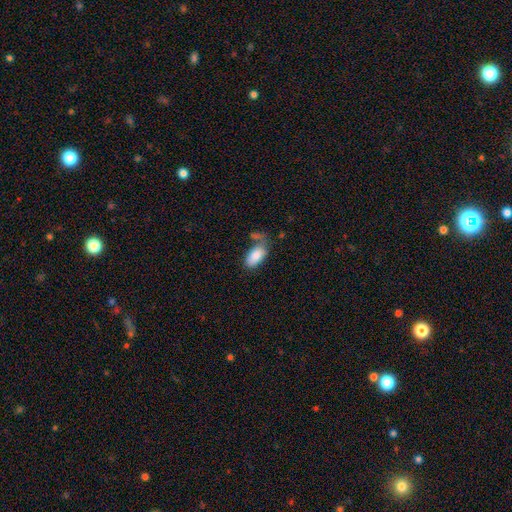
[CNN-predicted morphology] Q: Smooth or featured?
A: smooth (84%); runner-up: featured or disk (9%)
Q: How rounded?
A: in between (94%); runner-up: cigar-shaped (3%)
Q: Merging?
A: none (46%); runner-up: minor disturbance (23%)